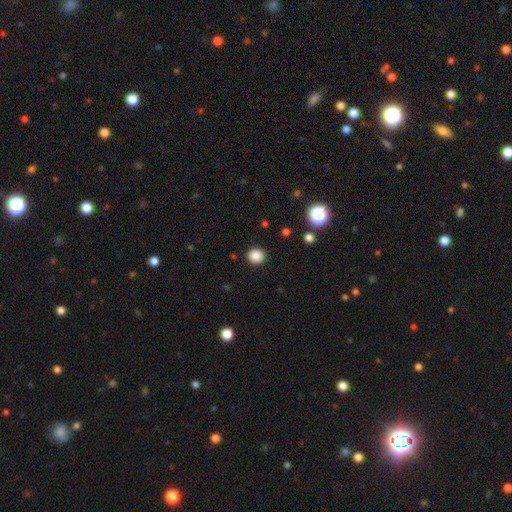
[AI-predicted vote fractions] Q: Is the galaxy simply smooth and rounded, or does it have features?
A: smooth — 86%.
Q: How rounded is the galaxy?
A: round — 91%.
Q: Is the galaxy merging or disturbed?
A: none — 91%.